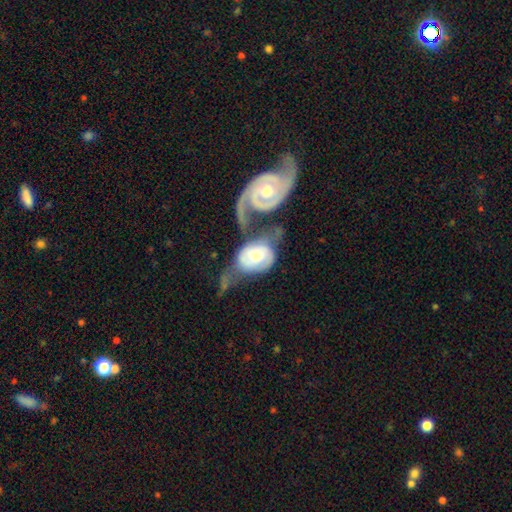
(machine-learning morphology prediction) smooth-or-featured: featured or disk: 66% | smooth: 28% | star or artifact: 6%
  disk-edge-on: no: 95% | yes: 5%
    bar: no: 63% | weak: 27% | strong: 10%
    has-spiral-arms: yes: 79% | no: 21%
      spiral-winding: medium: 36% | tight: 35% | loose: 29%
      spiral-arm-count: 2: 64% | can't tell: 18% | 1: 12% | 3: 3% | 4: 2% | more than 4: 2%
    bulge-size: moderate: 57% | small: 29% | large: 10% | none: 2% | dominant: 2%
  merging: merger: 60% | major disturbance: 18% | none: 13% | minor disturbance: 9%